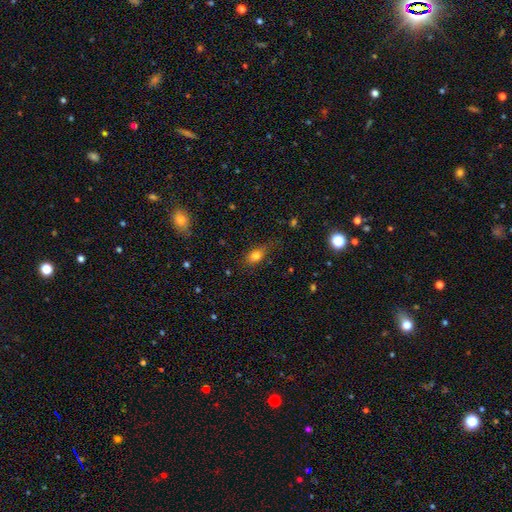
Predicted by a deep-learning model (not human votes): A smooth galaxy with no disk features (79%) that is in between round and cigar-shaped (72%). Merging: none (62%).